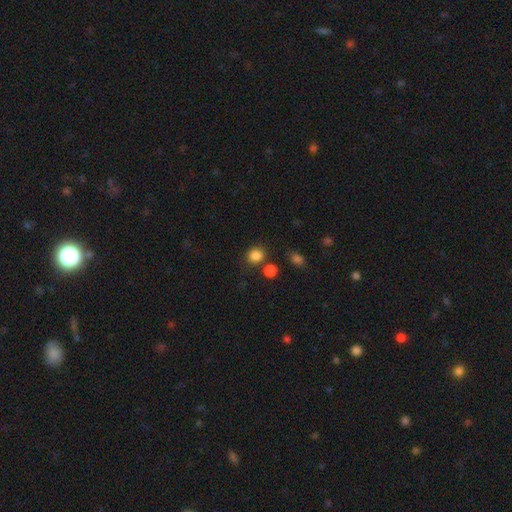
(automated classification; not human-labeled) A smooth galaxy with no disk features (84%) that is round (79%). Merging: none (77%).